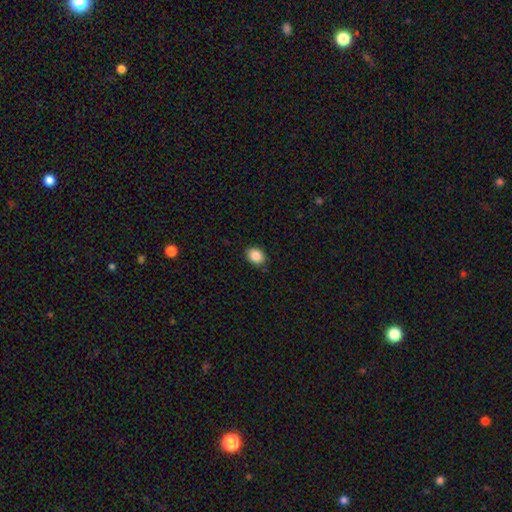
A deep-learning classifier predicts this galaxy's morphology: Overall: smooth (87%). How rounded: in between (62%; round 37%). Merging: none (84%).